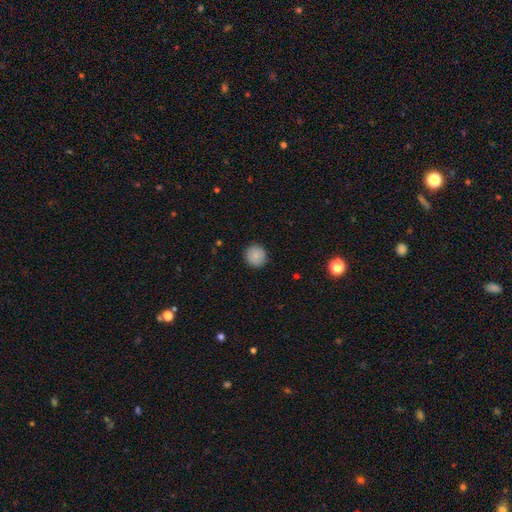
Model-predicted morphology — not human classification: smooth 86%, star or artifact 8%, featured or disk 6%. Down the decision tree: how rounded — round (94%); merging — none (91%).